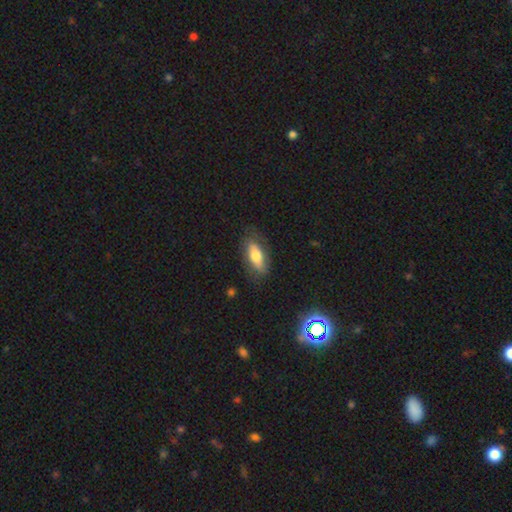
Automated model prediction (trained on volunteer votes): Smooth or featured?
  - smooth: 66% *
  - featured or disk: 27%
  - star or artifact: 7%
How rounded?
  - in between: 73% *
  - cigar-shaped: 24%
  - round: 3%
Merging?
  - none: 76% *
  - minor disturbance: 17%
  - major disturbance: 5%
  - merger: 1%